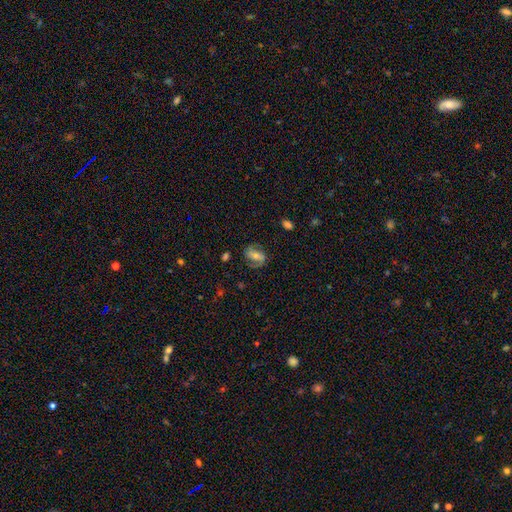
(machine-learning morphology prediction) A featured or disk galaxy (67%) with no bar (36%), 2 (84%) medium (45%) spiral arms (87%) and a moderate central bulge (54%).

Vote fractions:
- Smooth or featured? featured or disk: 67% / smooth: 23% / star or artifact: 9%
- Edge-on disk? no: 96% / yes: 4%
- Bar? no: 36% / weak: 35% / strong: 30%
- Spiral arms? yes: 87% / no: 13%
- Spiral winding? medium: 45% / loose: 30% / tight: 26%
- Spiral arm count? 2: 84% / can't tell: 7% / 1: 5% / 3: 2% / 4: 1% / more than 4: 1%
- Bulge size? moderate: 54% / small: 38% / large: 4% / none: 2% / dominant: 1%
- Merging? none: 73% / minor disturbance: 16% / major disturbance: 9% / merger: 2%